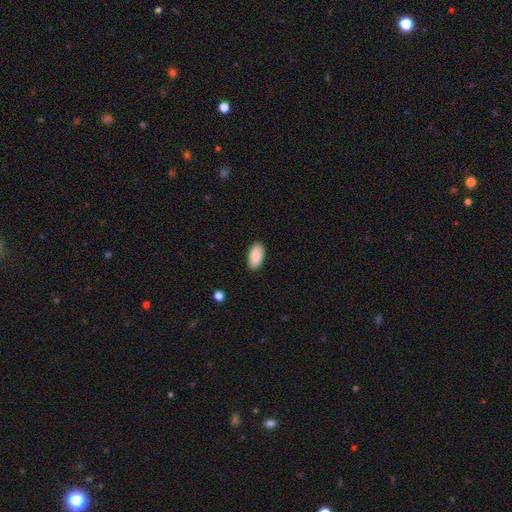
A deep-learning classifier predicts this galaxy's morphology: The model was most divided on "merging": none: 88%, minor disturbance: 9%, major disturbance: 2%, merger: 1%. More confident: how rounded — in between (95%); smooth or featured — smooth (86%).